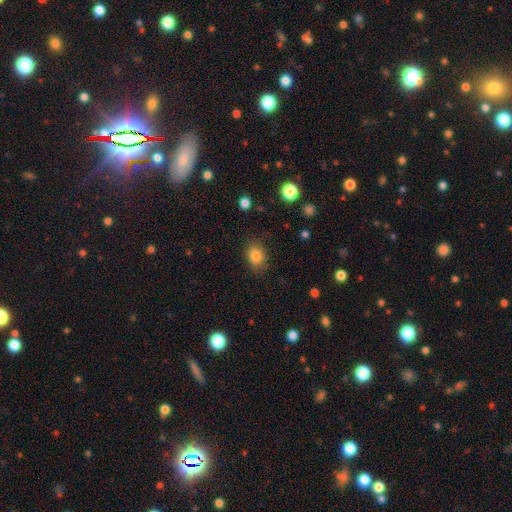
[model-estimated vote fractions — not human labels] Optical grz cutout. It shows a smooth galaxy with no disk features (83%) that is in between round and cigar-shaped (66%). Merging: none (83%).